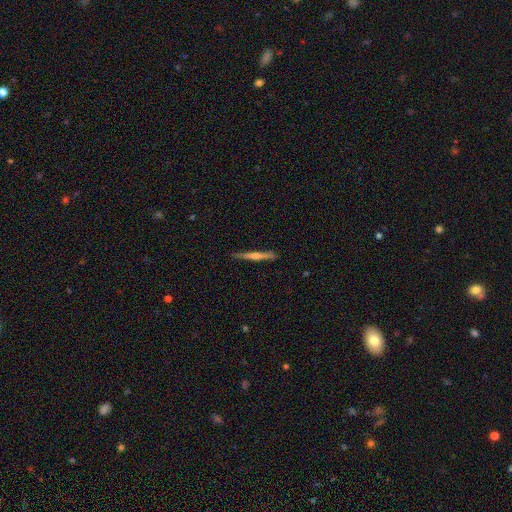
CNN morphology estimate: featured or disk 64%, smooth 30%, star or artifact 6%. Down the decision tree: edge-on disk — yes (98%); edge-on bulge — rounded (70%); merging — none (88%).